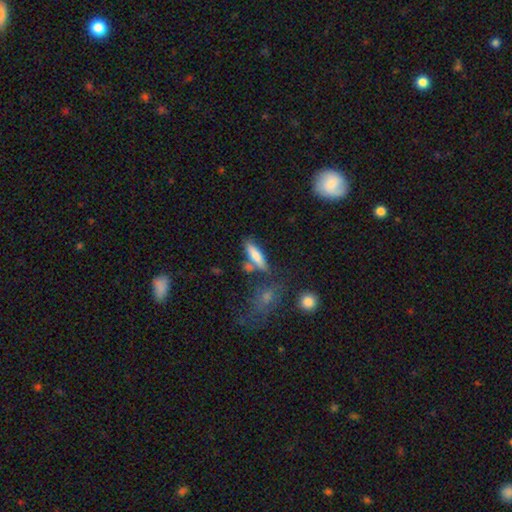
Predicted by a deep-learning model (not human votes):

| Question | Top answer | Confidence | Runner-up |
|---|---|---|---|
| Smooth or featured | smooth | 79% | featured or disk (14%) |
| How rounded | cigar-shaped | 61% | in between (37%) |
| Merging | none | 64% | merger (16%) |